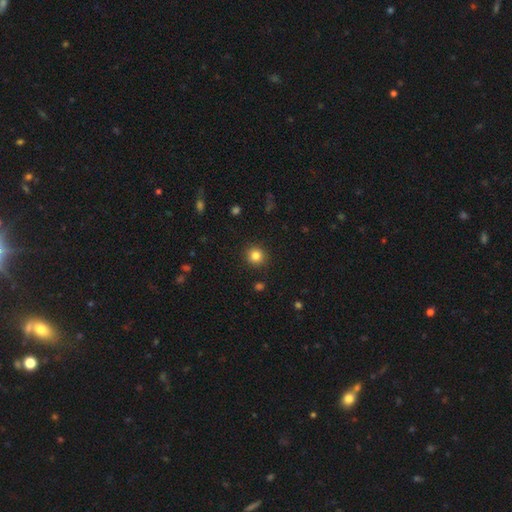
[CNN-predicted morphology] smooth-or-featured: smooth: 83% | star or artifact: 11% | featured or disk: 5%
  how-rounded: round: 91% | in between: 8% | cigar-shaped: 1%
  merging: none: 91% | minor disturbance: 6% | major disturbance: 2% | merger: 1%